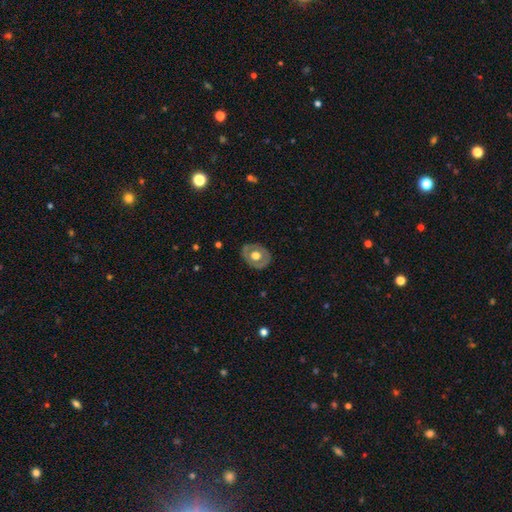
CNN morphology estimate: Overall: featured or disk (52%; smooth 42%). Edge-on disk: no (93%). Merging: none (81%).